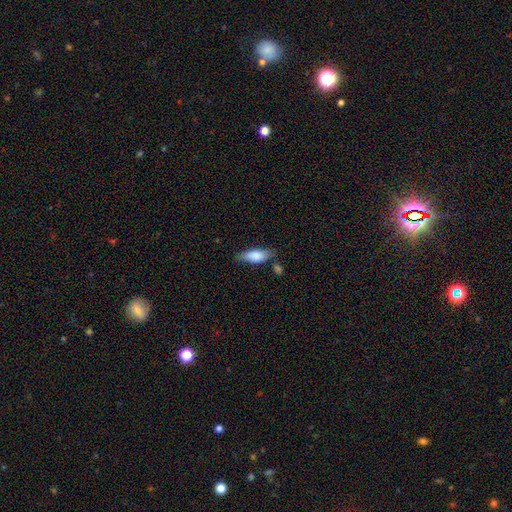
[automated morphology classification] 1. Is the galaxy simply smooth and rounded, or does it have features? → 79% smooth, 15% featured or disk, 6% star or artifact.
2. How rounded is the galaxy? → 72% in between, 26% cigar-shaped, 2% round.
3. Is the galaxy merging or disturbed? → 66% none, 22% minor disturbance, 7% merger, 5% major disturbance.